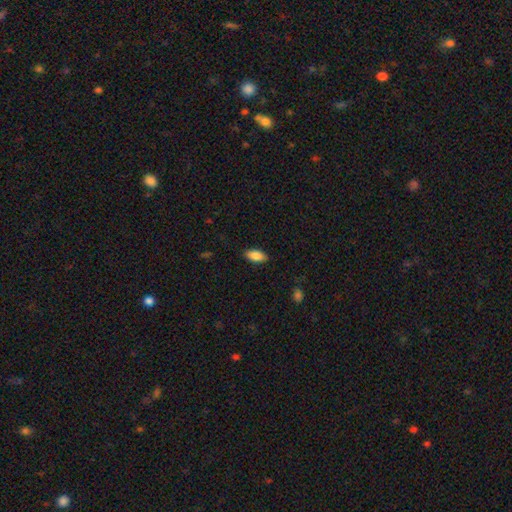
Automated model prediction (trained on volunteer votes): This appears to be a smooth galaxy with no disk features (86%) that is in between round and cigar-shaped (90%). Merging: none (88%).